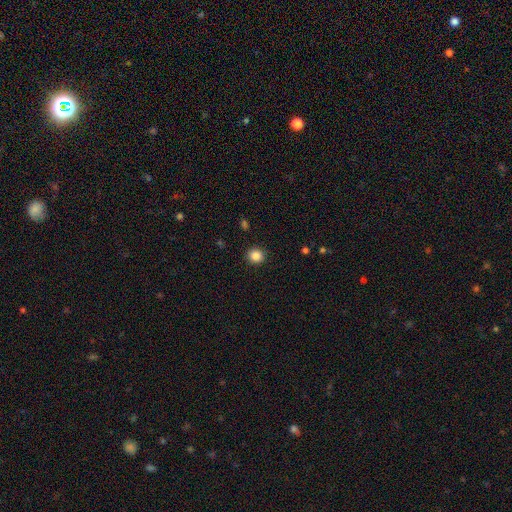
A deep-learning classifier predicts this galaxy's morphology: Overall: smooth (87%). How rounded: round (88%). Merging: none (91%).